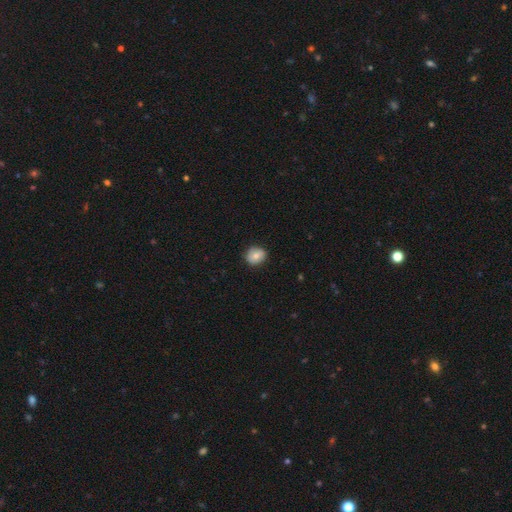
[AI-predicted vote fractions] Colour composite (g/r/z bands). It shows a smooth galaxy with no disk features (78%) that is round (73%). Merging: none (85%).